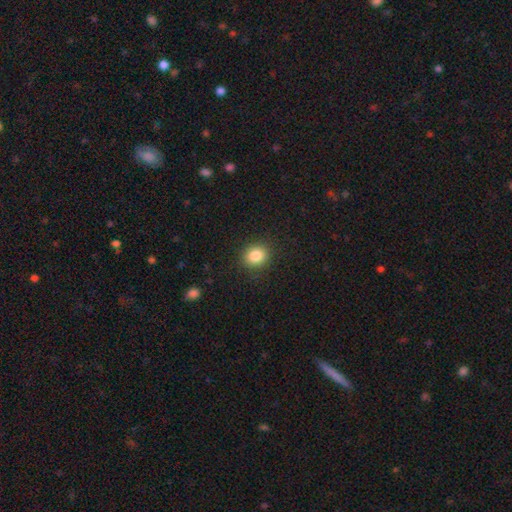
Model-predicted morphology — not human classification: Smooth or featured?
  - smooth: 84% *
  - star or artifact: 10%
  - featured or disk: 6%
How rounded?
  - round: 70% *
  - in between: 29%
  - cigar-shaped: 1%
Merging?
  - none: 89% *
  - minor disturbance: 7%
  - major disturbance: 2%
  - merger: 1%